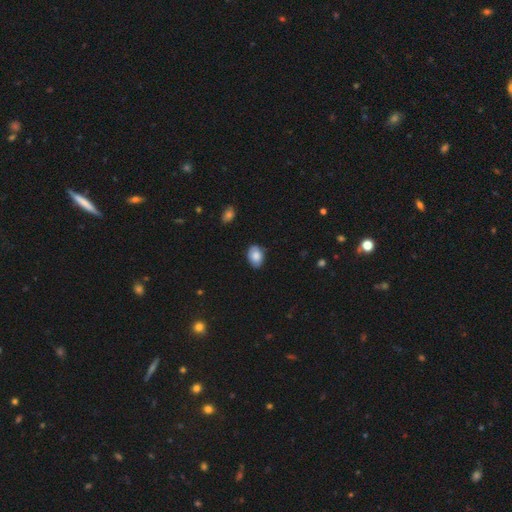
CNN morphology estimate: Smooth or featured: smooth — 82% (featured or disk — 11%)
How rounded: in between — 83% (round — 16%)
Merging: none — 81% (minor disturbance — 16%)